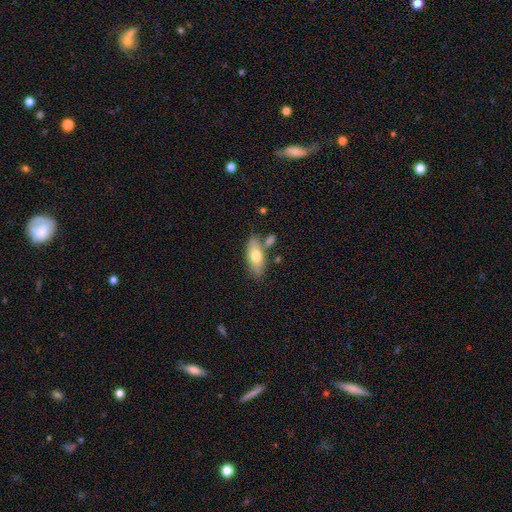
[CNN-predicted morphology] Smooth or featured: smooth — 69% (featured or disk — 25%)
How rounded: in between — 82% (cigar-shaped — 15%)
Merging: none — 67% (minor disturbance — 16%)